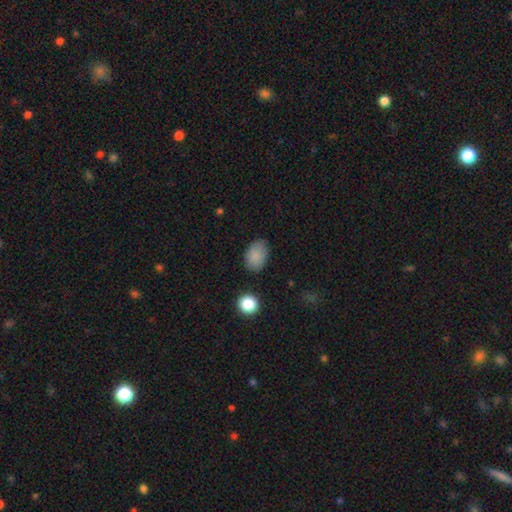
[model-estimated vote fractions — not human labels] smooth_or_featured: smooth (p=0.86) [alt: star or artifact p=0.08]
how_rounded: in between (p=0.83) [alt: round p=0.16]
merging: none (p=0.79) [alt: minor disturbance p=0.15]